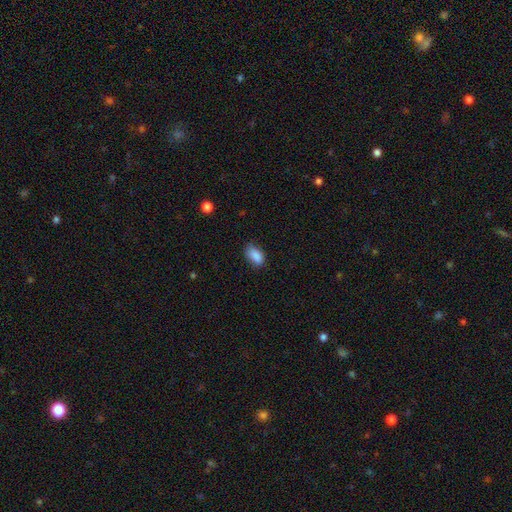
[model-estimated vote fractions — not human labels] A smooth galaxy with no disk features (87%) that is in between round and cigar-shaped (90%).

Vote fractions:
- Smooth or featured? smooth: 87% / star or artifact: 8% / featured or disk: 5%
- How rounded? in between: 90% / round: 7% / cigar-shaped: 3%
- Merging? none: 70% / minor disturbance: 24% / major disturbance: 4% / merger: 1%